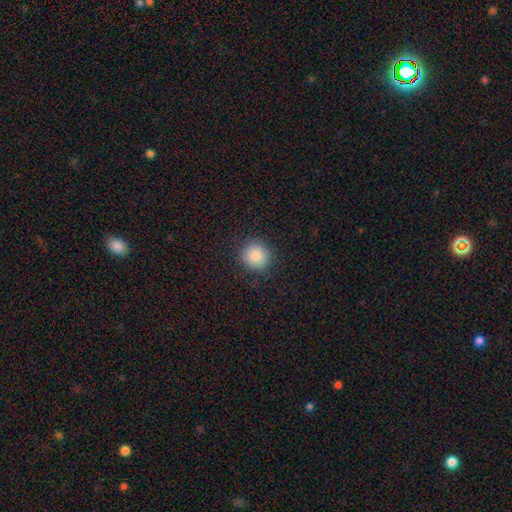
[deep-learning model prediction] Q: Smooth or featured?
A: smooth (86%); runner-up: star or artifact (10%)
Q: How rounded?
A: round (92%); runner-up: in between (7%)
Q: Merging?
A: none (89%); runner-up: minor disturbance (7%)